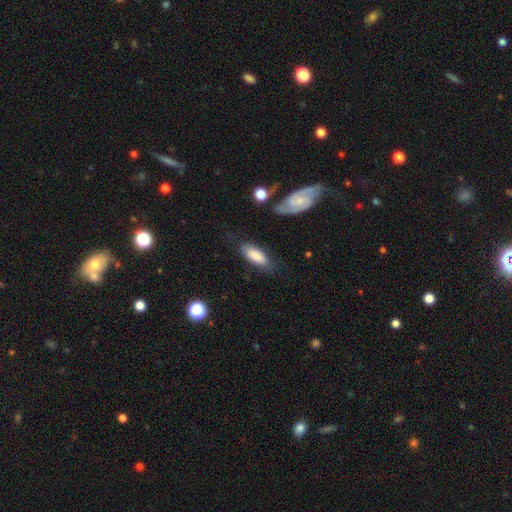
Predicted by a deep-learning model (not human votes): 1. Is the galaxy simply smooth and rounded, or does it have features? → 81% smooth, 13% featured or disk, 6% star or artifact.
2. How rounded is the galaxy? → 72% in between, 26% cigar-shaped, 2% round.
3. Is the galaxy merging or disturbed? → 74% none, 17% minor disturbance, 6% major disturbance, 3% merger.